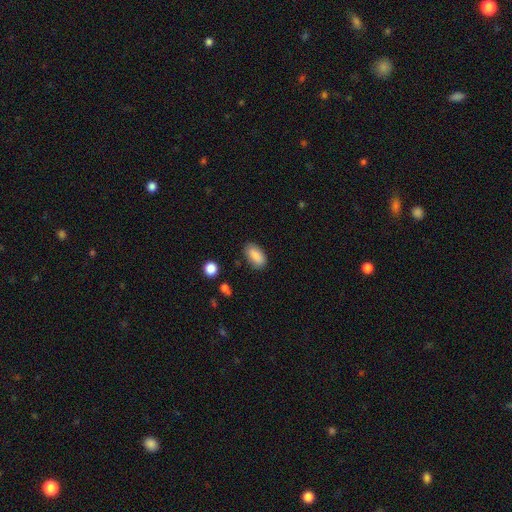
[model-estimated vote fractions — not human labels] Smooth or featured: smooth — 85% (featured or disk — 7%)
How rounded: in between — 92% (cigar-shaped — 4%)
Merging: none — 82% (minor disturbance — 13%)